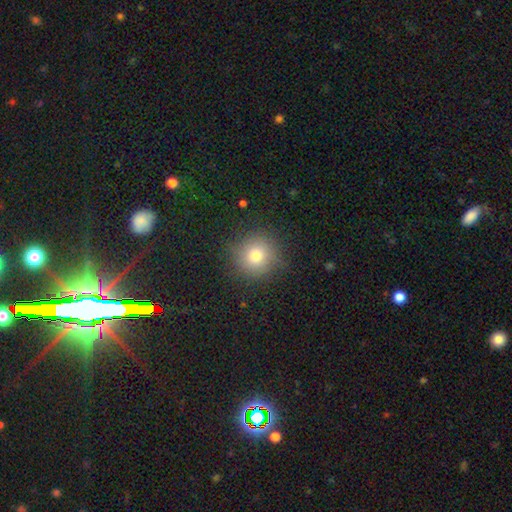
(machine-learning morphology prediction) Q: Smooth or featured?
A: smooth (75%); runner-up: star or artifact (14%)
Q: How rounded?
A: round (93%); runner-up: in between (6%)
Q: Merging?
A: none (85%); runner-up: minor disturbance (10%)